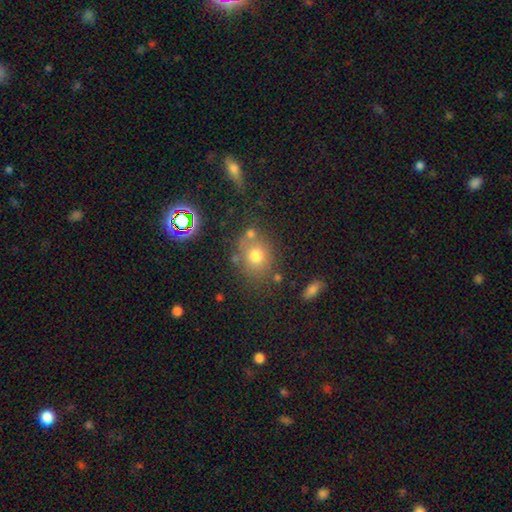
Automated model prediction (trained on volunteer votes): Smooth or featured? Predicted: smooth (p=0.70). How rounded? Predicted: round (p=0.65). Merging? Predicted: none (p=0.67).